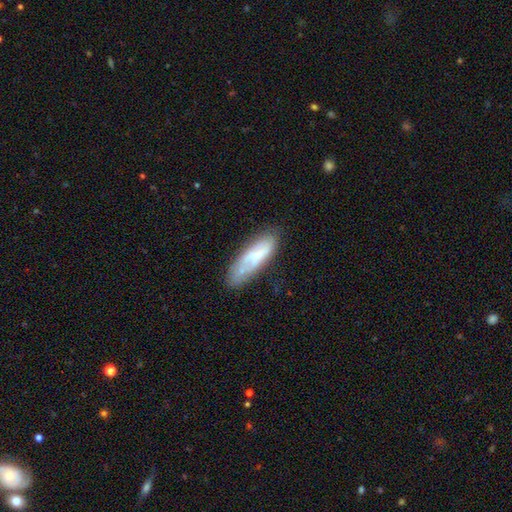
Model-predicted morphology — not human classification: A smooth galaxy with no disk features (55%) that is cigar-shaped (50%).

Vote fractions:
- Smooth or featured? smooth: 55% / featured or disk: 37% / star or artifact: 8%
- How rounded? cigar-shaped: 50% / in between: 48% / round: 2%
- Merging? none: 61% / minor disturbance: 25% / major disturbance: 9% / merger: 5%